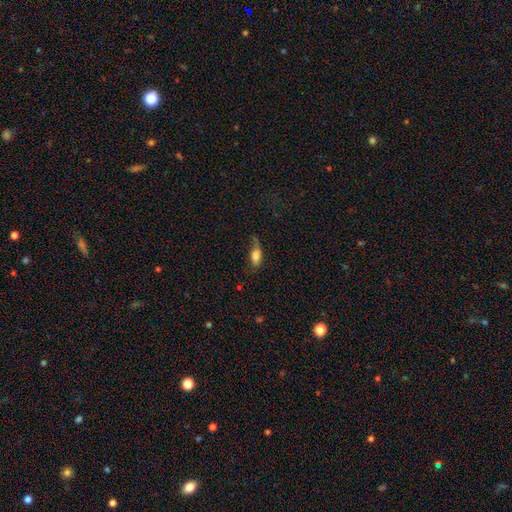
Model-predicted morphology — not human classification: A smooth galaxy with no disk features (81%) that is in between round and cigar-shaped (85%). Merging: none (48%).